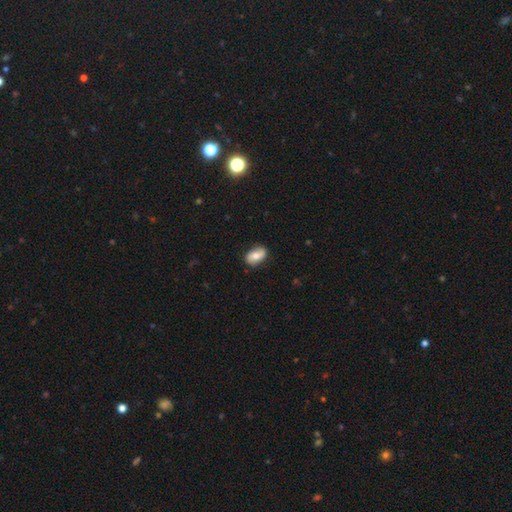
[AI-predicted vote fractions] Smooth or featured?
  - smooth: 64% *
  - featured or disk: 29%
  - star or artifact: 7%
How rounded?
  - in between: 89% *
  - round: 9%
  - cigar-shaped: 3%
Merging?
  - none: 81% *
  - minor disturbance: 15%
  - major disturbance: 3%
  - merger: 1%